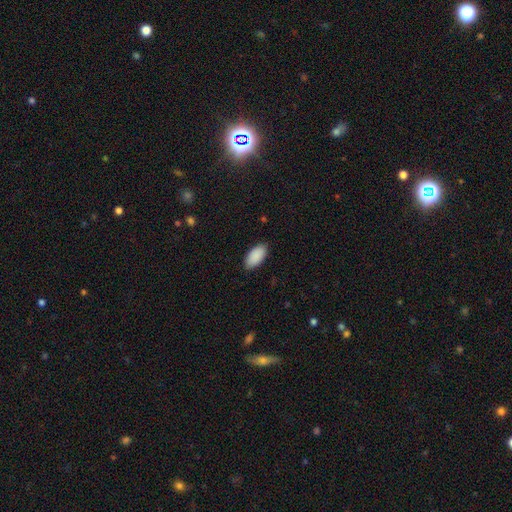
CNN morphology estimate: This appears to be a smooth galaxy with no disk features (91%) that is in between round and cigar-shaped (95%). Merging: none (87%).